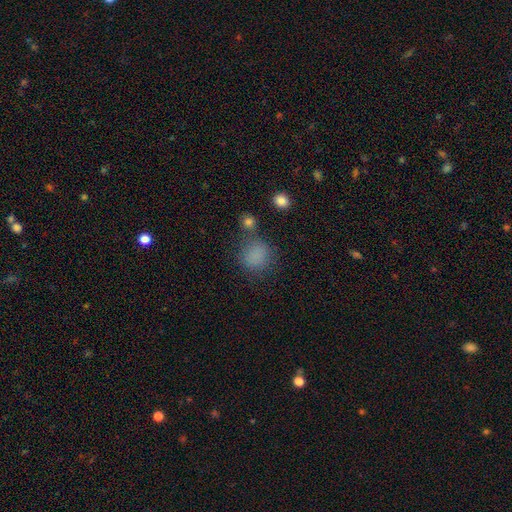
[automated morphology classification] A smooth galaxy with no disk features (79%) that is round (81%).

Vote fractions:
- Smooth or featured? smooth: 79% / star or artifact: 15% / featured or disk: 6%
- How rounded? round: 81% / in between: 18% / cigar-shaped: 1%
- Merging? none: 66% / minor disturbance: 16% / merger: 9% / major disturbance: 9%